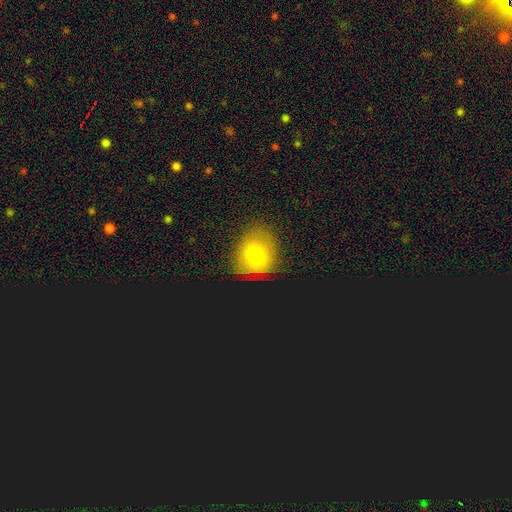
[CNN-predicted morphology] A smooth galaxy with no disk features (67%) that is round (61%).

Vote fractions:
- Smooth or featured? smooth: 67% / star or artifact: 18% / featured or disk: 15%
- How rounded? round: 61% / in between: 37% / cigar-shaped: 1%
- Merging? none: 73% / minor disturbance: 18% / major disturbance: 7% / merger: 2%